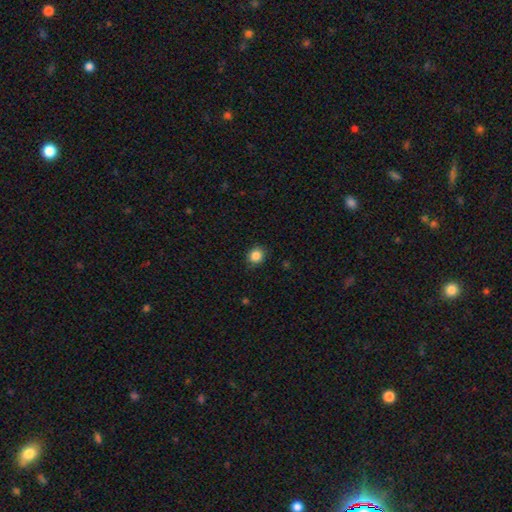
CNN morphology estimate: Smooth or featured? smooth (86%)
How rounded? round (80%)
Merging? none (87%)